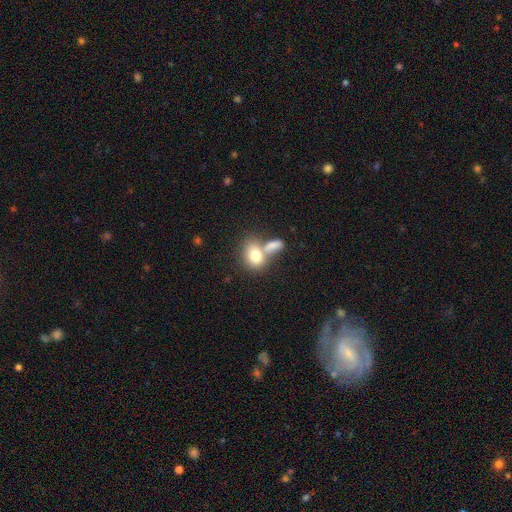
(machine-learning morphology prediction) This appears to be a smooth galaxy with no disk features (77%) that is in between round and cigar-shaped (68%). Merging: merger (51%).